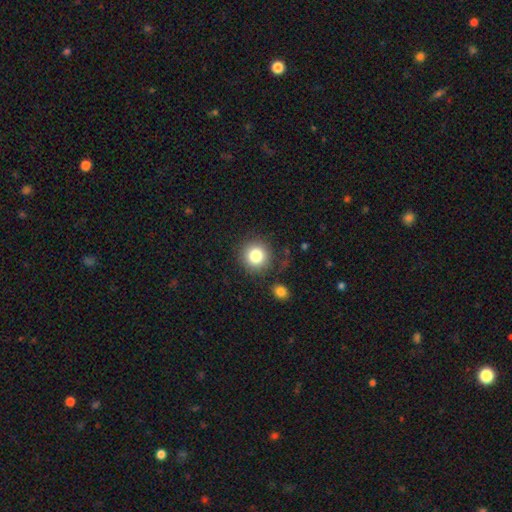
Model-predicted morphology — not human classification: A smooth galaxy with no disk features (81%) that is round (94%). Merging: none (84%).